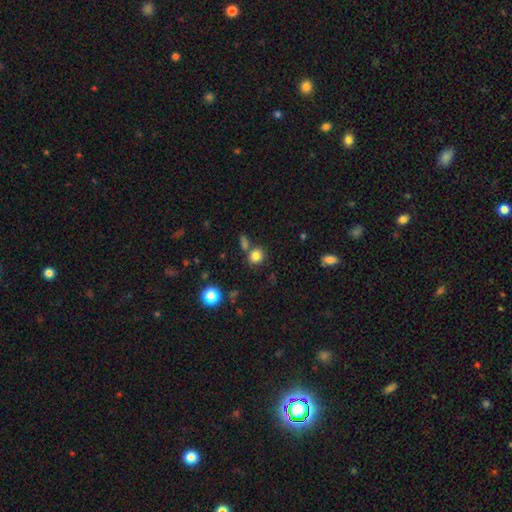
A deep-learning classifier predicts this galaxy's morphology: A smooth galaxy with no disk features (82%) that is round (82%). Merging: none (73%).